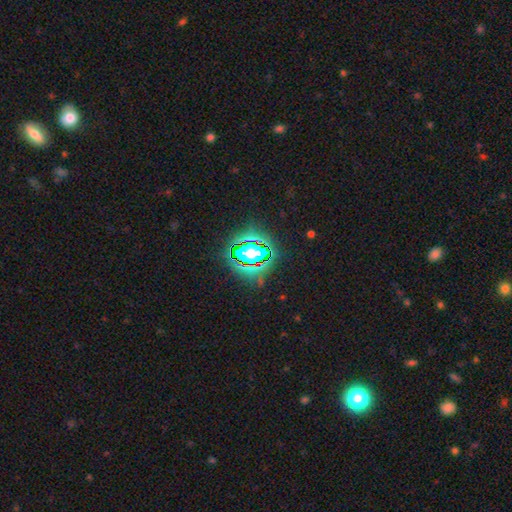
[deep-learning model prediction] Smooth or featured? Predicted: star or artifact (p=0.68).